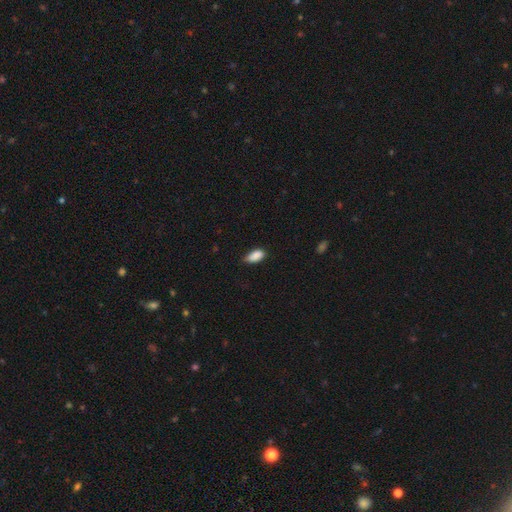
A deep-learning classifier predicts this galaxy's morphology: smooth-or-featured: smooth: 88% | star or artifact: 7% | featured or disk: 5%
  how-rounded: in between: 90% | cigar-shaped: 7% | round: 3%
  merging: none: 63% | minor disturbance: 31% | major disturbance: 4% | merger: 1%